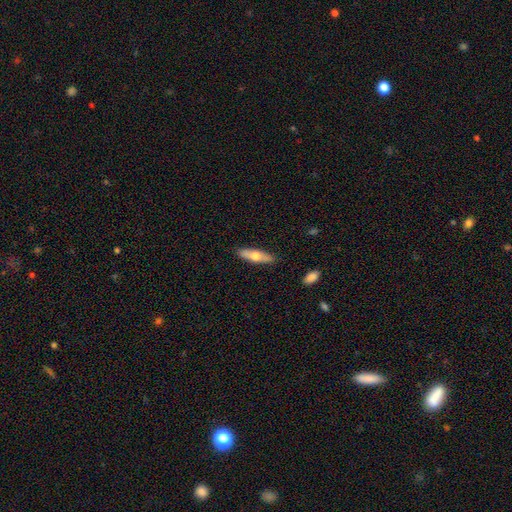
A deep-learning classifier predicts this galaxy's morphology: Q: Smooth or featured?
A: smooth (55%); runner-up: featured or disk (40%)
Q: How rounded?
A: cigar-shaped (61%); runner-up: in between (36%)
Q: Merging?
A: none (87%); runner-up: minor disturbance (9%)